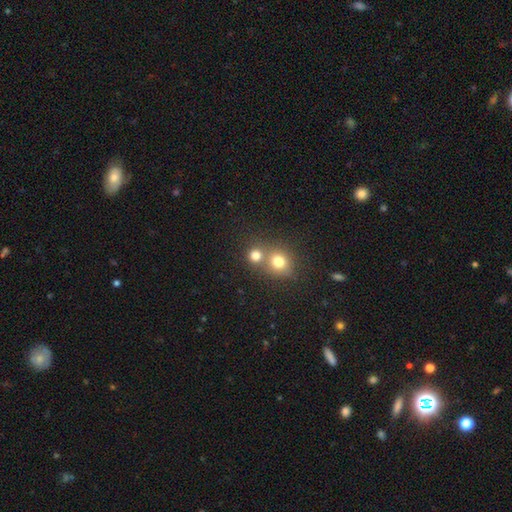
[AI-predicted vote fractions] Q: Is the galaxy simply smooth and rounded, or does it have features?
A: smooth — 76%.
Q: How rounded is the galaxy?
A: round — 86%.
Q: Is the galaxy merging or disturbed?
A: none — 50%.